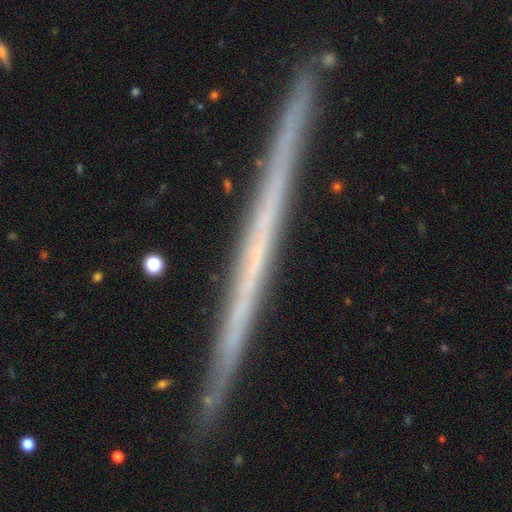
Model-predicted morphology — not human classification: Smooth or featured? Predicted: featured or disk (p=0.71). Edge-on disk? Predicted: yes (p=0.98). Edge-on bulge? Predicted: none (p=0.93). Merging? Predicted: none (p=0.90).